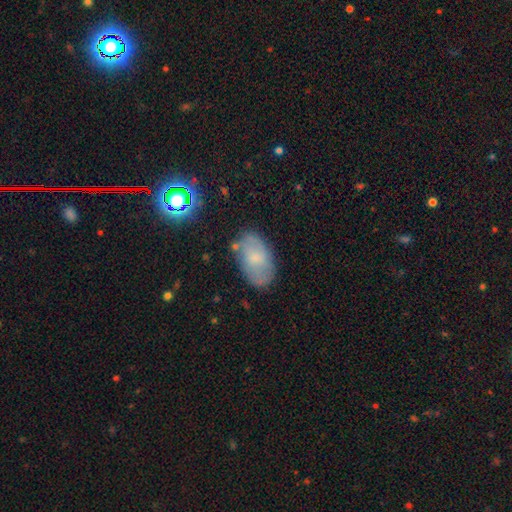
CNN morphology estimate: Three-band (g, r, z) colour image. It shows a smooth galaxy with no disk features (60%) that is in between round and cigar-shaped (92%). Merging: none (74%).